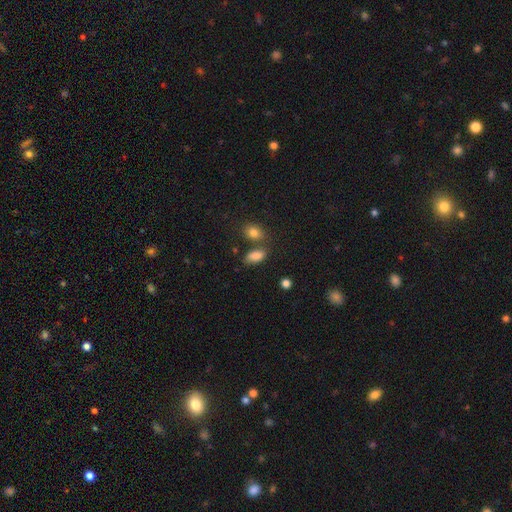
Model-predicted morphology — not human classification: smooth-or-featured: smooth: 85% | star or artifact: 9% | featured or disk: 6%
  how-rounded: in between: 89% | round: 6% | cigar-shaped: 5%
  merging: none: 59% | minor disturbance: 18% | merger: 17% | major disturbance: 6%